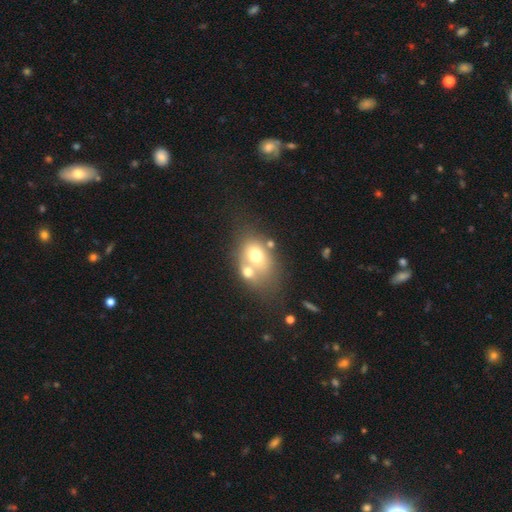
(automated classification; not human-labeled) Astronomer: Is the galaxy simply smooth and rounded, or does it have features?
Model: smooth — 64%.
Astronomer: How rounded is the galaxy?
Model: in between — 68%.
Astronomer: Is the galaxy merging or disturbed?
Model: merger — 47% (runner-up: none, 34%).